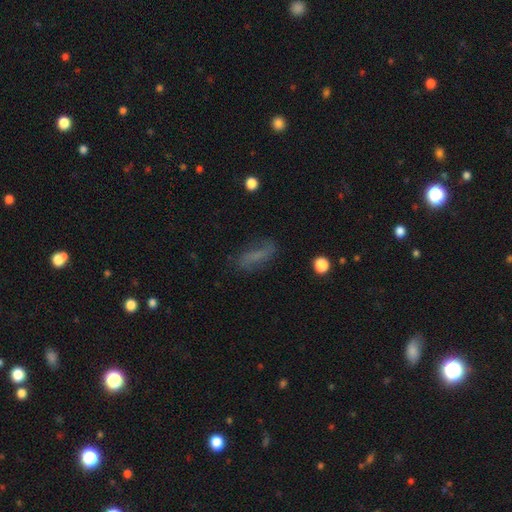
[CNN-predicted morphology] Smooth or featured: smooth — 55% (featured or disk — 32%)
How rounded: in between — 51% (cigar-shaped — 45%)
Merging: none — 66% (minor disturbance — 22%)